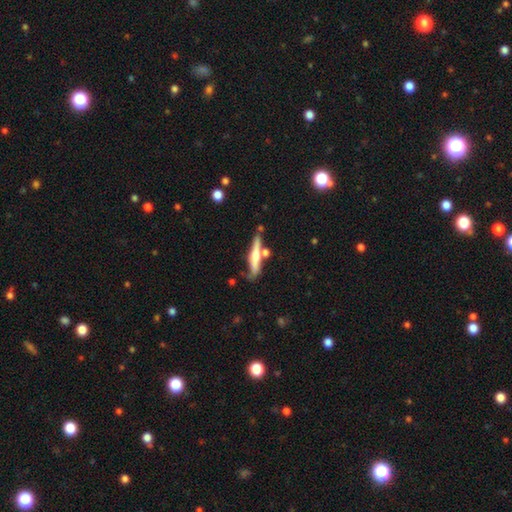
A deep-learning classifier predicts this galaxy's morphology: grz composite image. It shows a featured or disk galaxy (55%) viewed edge-on (92%) with a rounded central bulge (81%). Merging: none (64%).